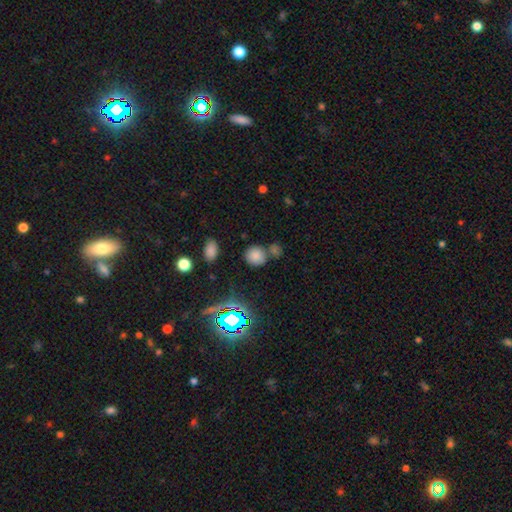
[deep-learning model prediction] This is likely a smooth galaxy (75%). How rounded: clearly round (83%). Merging: likely none (67%).